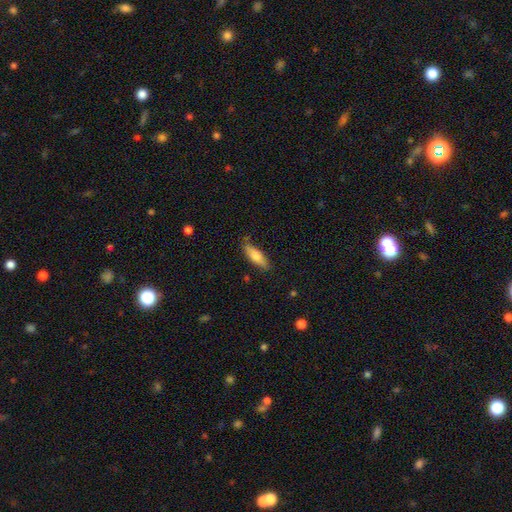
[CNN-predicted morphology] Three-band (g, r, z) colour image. It shows a smooth galaxy with no disk features (71%) that is cigar-shaped (49%, tied with in between). Merging: none (79%).